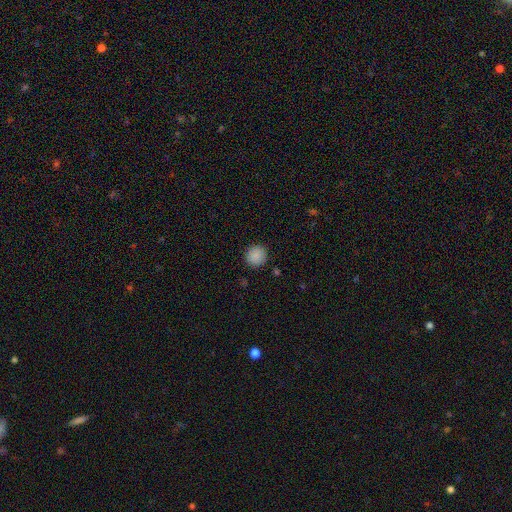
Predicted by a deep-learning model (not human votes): A smooth galaxy with no disk features (88%) that is round (91%). Merging: none (89%).